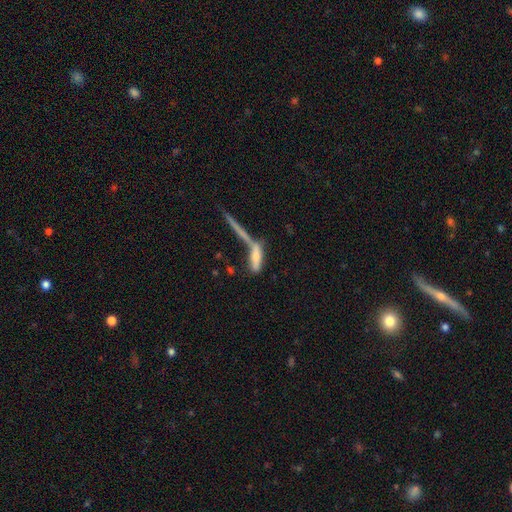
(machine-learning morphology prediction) smooth-or-featured: smooth: 60% | featured or disk: 31% | star or artifact: 10%
  how-rounded: cigar-shaped: 63% | in between: 34% | round: 3%
  merging: merger: 47% | none: 31% | minor disturbance: 12% | major disturbance: 10%